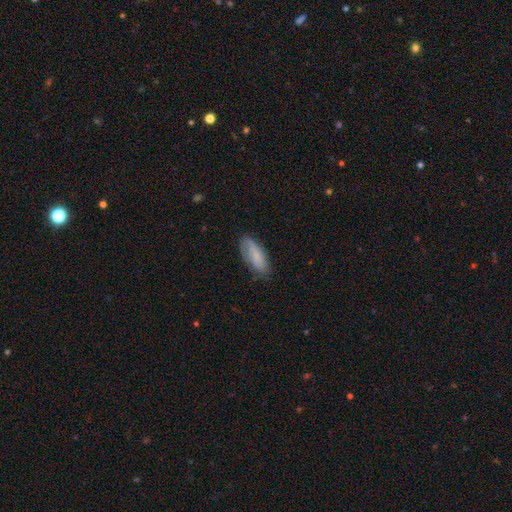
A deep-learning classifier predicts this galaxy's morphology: A smooth galaxy with no disk features (72%) that is in between round and cigar-shaped (74%). Merging: none (72%).